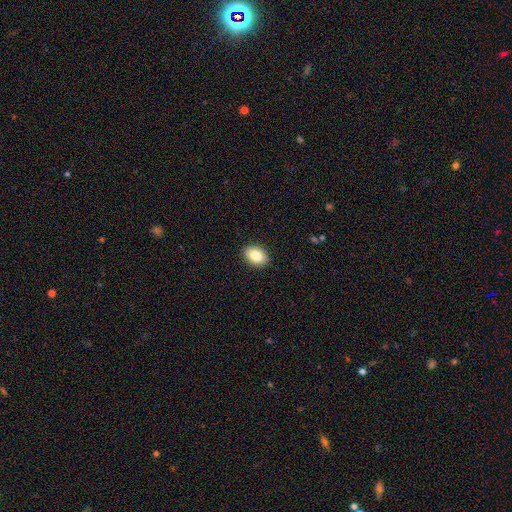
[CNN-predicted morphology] Overall: smooth (86%). How rounded: in between (83%). Merging: none (90%).